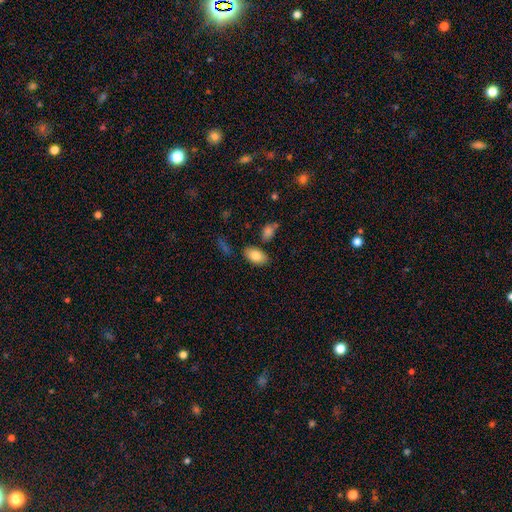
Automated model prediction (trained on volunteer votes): Smooth or featured?
  - smooth: 84% *
  - featured or disk: 8%
  - star or artifact: 7%
How rounded?
  - in between: 93% *
  - round: 5%
  - cigar-shaped: 2%
Merging?
  - none: 79% *
  - minor disturbance: 12%
  - merger: 5%
  - major disturbance: 3%